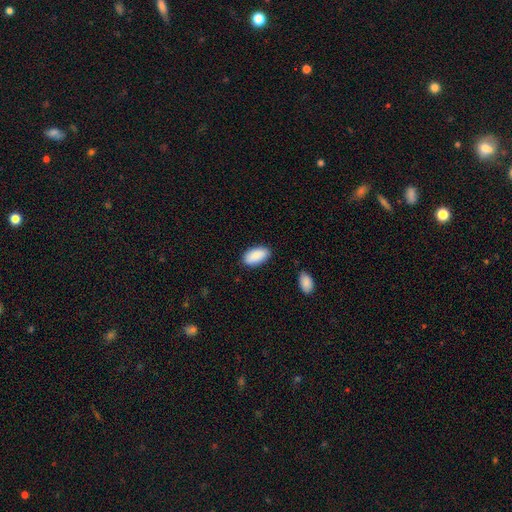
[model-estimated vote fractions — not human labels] The model was most divided on "merging": none: 84%, minor disturbance: 12%, major disturbance: 3%, merger: 2%. More confident: how rounded — in between (95%); smooth or featured — smooth (89%).